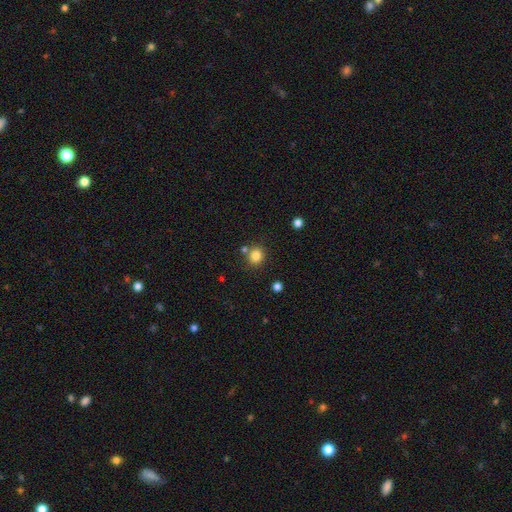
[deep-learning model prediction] smooth_or_featured: smooth (p=0.83) [alt: star or artifact p=0.12]
how_rounded: round (p=0.87) [alt: in between p=0.12]
merging: none (p=0.75) [alt: merger p=0.12]